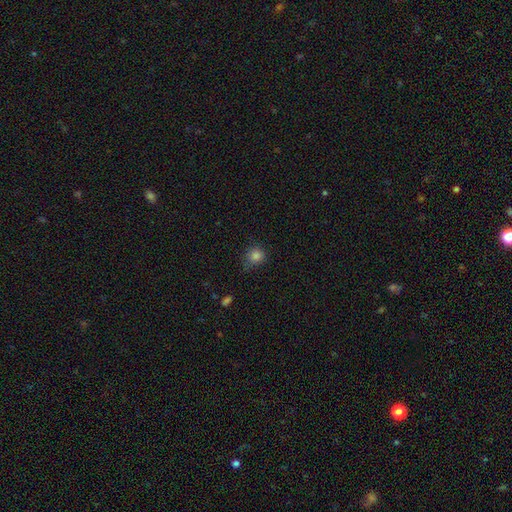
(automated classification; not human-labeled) Smooth or featured? smooth (83%)
How rounded? round (88%)
Merging? none (75%)